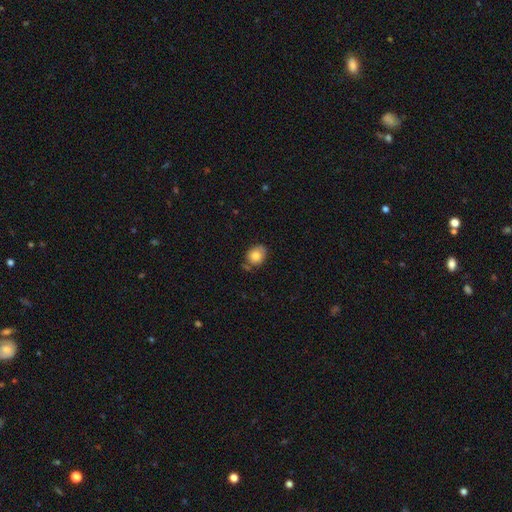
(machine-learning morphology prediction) The model was most divided on "how rounded": round: 55%, in between: 44%, cigar-shaped: 1%. More confident: smooth or featured — smooth (82%); merging — none (65%).